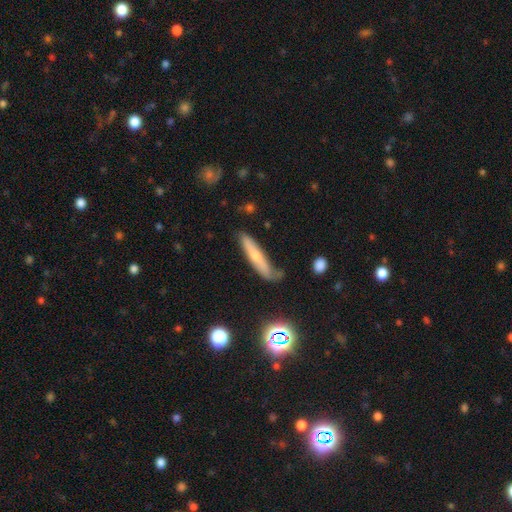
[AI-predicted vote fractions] Smooth or featured?
  - smooth: 52% *
  - featured or disk: 40%
  - star or artifact: 9%
How rounded?
  - cigar-shaped: 87% *
  - in between: 11%
  - round: 2%
Merging?
  - none: 61% *
  - minor disturbance: 27%
  - major disturbance: 8%
  - merger: 4%